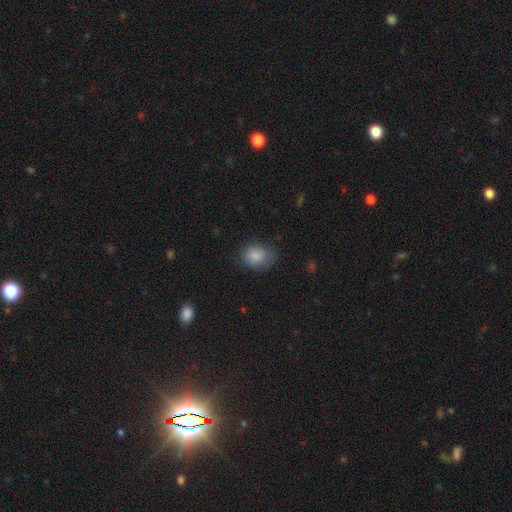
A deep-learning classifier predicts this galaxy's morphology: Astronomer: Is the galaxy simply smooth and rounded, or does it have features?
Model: smooth — 84%.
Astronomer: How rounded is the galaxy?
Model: in between — 61% (runner-up: round, 38%).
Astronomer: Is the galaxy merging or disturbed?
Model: none — 62%.